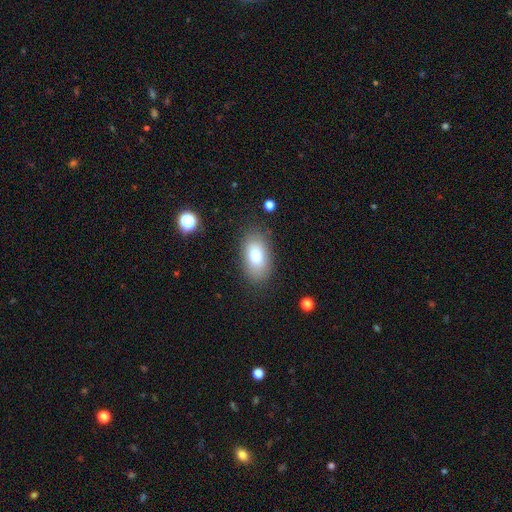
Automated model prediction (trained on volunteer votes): Smooth or featured? smooth (76%)
How rounded? in between (89%)
Merging? none (82%)